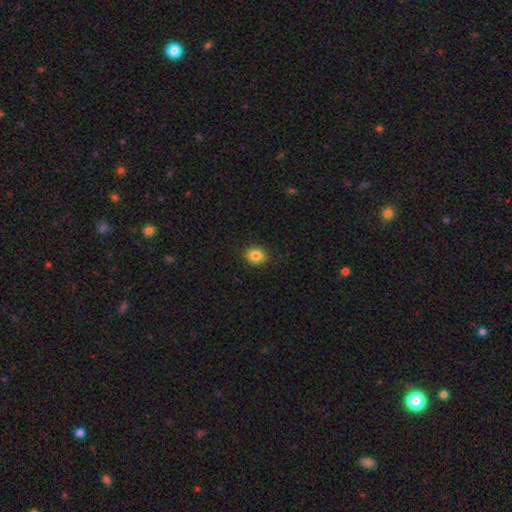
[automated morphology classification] Smooth or featured?
  - smooth: 84% *
  - star or artifact: 10%
  - featured or disk: 6%
How rounded?
  - round: 57% *
  - in between: 42%
  - cigar-shaped: 1%
Merging?
  - none: 89% *
  - minor disturbance: 8%
  - major disturbance: 2%
  - merger: 1%